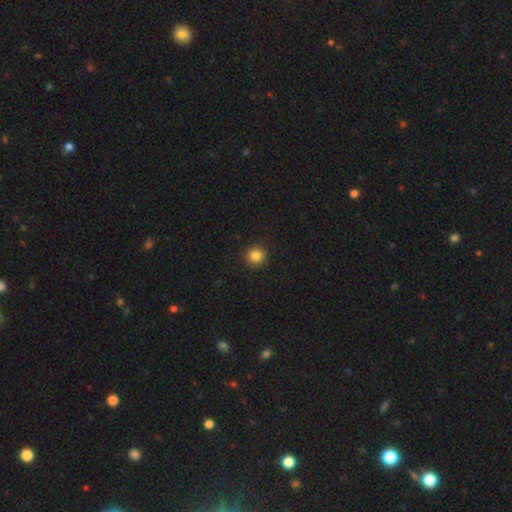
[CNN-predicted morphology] Smooth or featured? smooth (85%)
How rounded? round (93%)
Merging? none (92%)